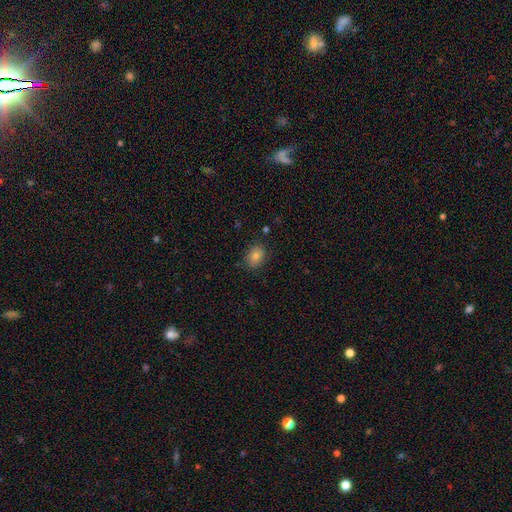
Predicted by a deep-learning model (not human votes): Morphology: type=smooth (78%); roundness=in between (55%); merging=none (86%).